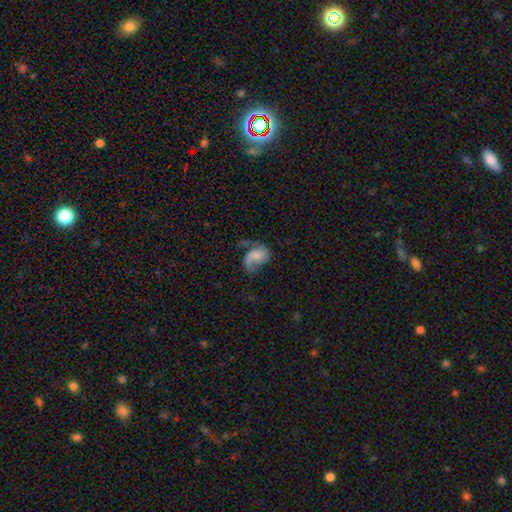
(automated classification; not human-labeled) A featured or disk galaxy (65%) with no bar (64%), 2 (61%) loose (56%) spiral arms (90%) and no central bulge (37%).

Vote fractions:
- Smooth or featured? featured or disk: 65% / smooth: 27% / star or artifact: 8%
- Edge-on disk? no: 98% / yes: 2%
- Bar? no: 64% / weak: 30% / strong: 7%
- Spiral arms? yes: 90% / no: 10%
- Spiral winding? loose: 56% / medium: 34% / tight: 10%
- Spiral arm count? 2: 61% / 1: 31% / can't tell: 4% / 3: 1% / 4: 1% / more than 4: 1%
- Bulge size? none: 37% / small: 26% / moderate: 21% / large: 12% / dominant: 4%
- Merging? none: 37% / major disturbance: 35% / minor disturbance: 24% / merger: 4%